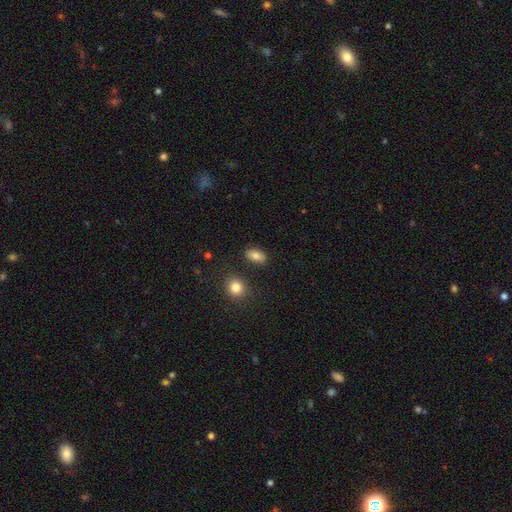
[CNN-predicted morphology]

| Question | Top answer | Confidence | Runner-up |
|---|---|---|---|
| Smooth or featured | smooth | 84% | star or artifact (9%) |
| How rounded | in between | 88% | round (8%) |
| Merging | none | 86% | minor disturbance (9%) |